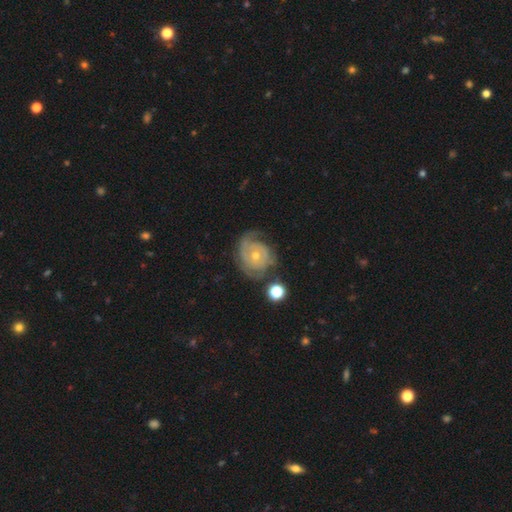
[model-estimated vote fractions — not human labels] Smooth or featured? Predicted: featured or disk (p=0.80). Edge-on disk? Predicted: no (p=0.97). Bar? Predicted: no (p=0.79). Spiral arms? Predicted: yes (p=0.91). Spiral winding? Predicted: tight (p=0.64). Spiral arm count? Predicted: 2 (p=0.39). Bulge size? Predicted: small (p=0.52). Merging? Predicted: none (p=0.56).